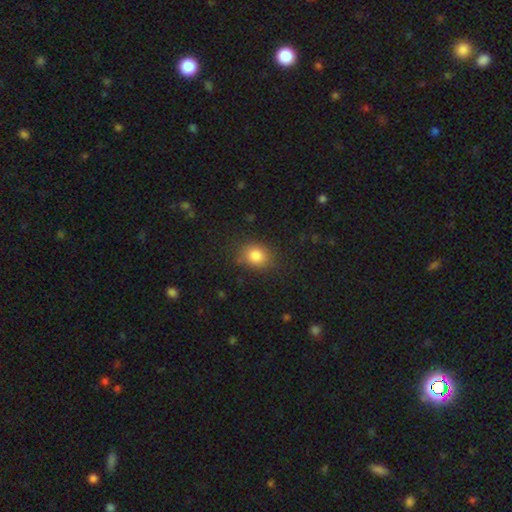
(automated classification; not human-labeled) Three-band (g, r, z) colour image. It shows a smooth galaxy with no disk features (84%) that is round (56%). Merging: none (81%).